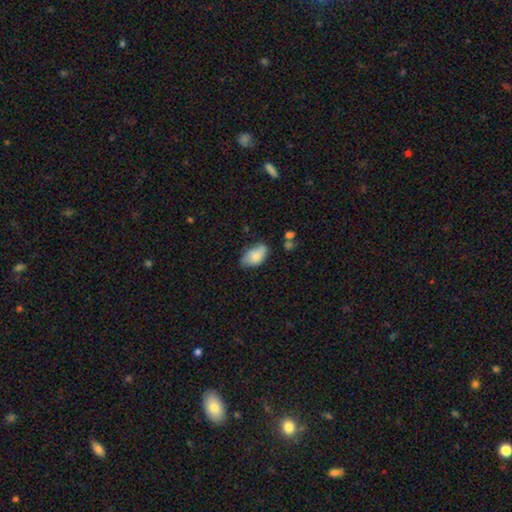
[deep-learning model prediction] smooth-or-featured: smooth: 78% | featured or disk: 14% | star or artifact: 7%
  how-rounded: in between: 92% | round: 7% | cigar-shaped: 2%
  merging: none: 57% | minor disturbance: 33% | major disturbance: 7% | merger: 4%